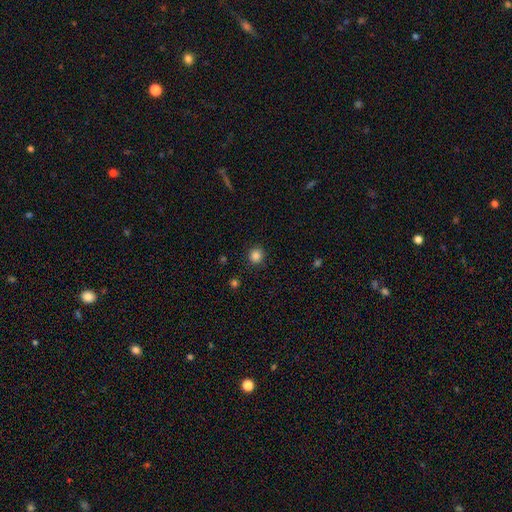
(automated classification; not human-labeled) A smooth galaxy with no disk features (84%) that is round (92%). Merging: none (91%).